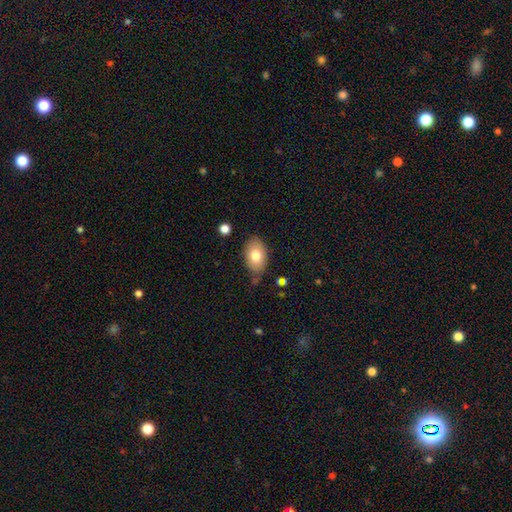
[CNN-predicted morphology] A smooth galaxy with no disk features (77%) that is in between round and cigar-shaped (89%). Merging: none (72%).